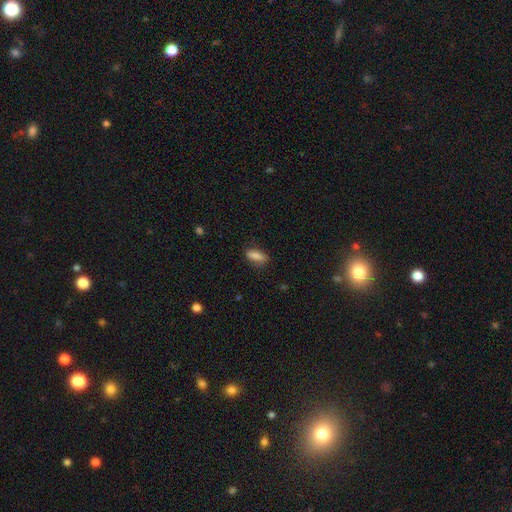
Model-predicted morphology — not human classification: smooth 81%, featured or disk 11%, star or artifact 8%. Down the decision tree: how rounded — in between (70%); merging — none (76%).